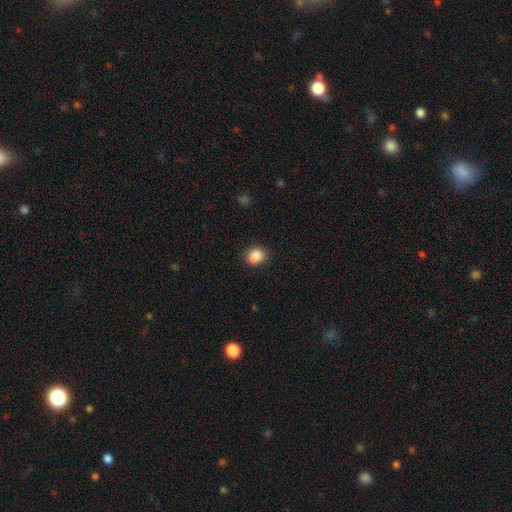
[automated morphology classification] smooth-or-featured: smooth: 87% | star or artifact: 9% | featured or disk: 4%
  how-rounded: round: 71% | in between: 28% | cigar-shaped: 1%
  merging: none: 82% | minor disturbance: 14% | major disturbance: 3% | merger: 1%